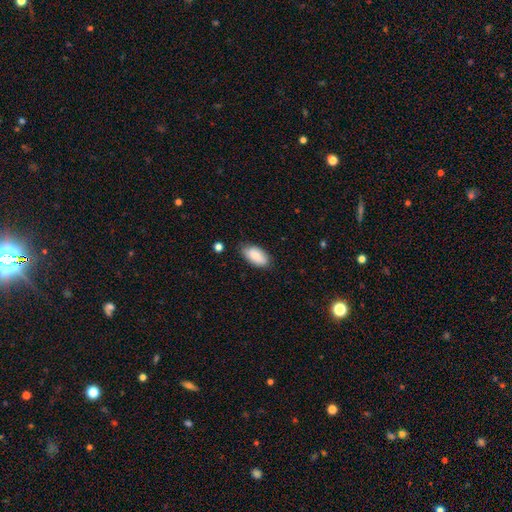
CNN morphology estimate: This is clearly a smooth galaxy (86%). How rounded: clearly in between (93%). Merging: likely none (78%).